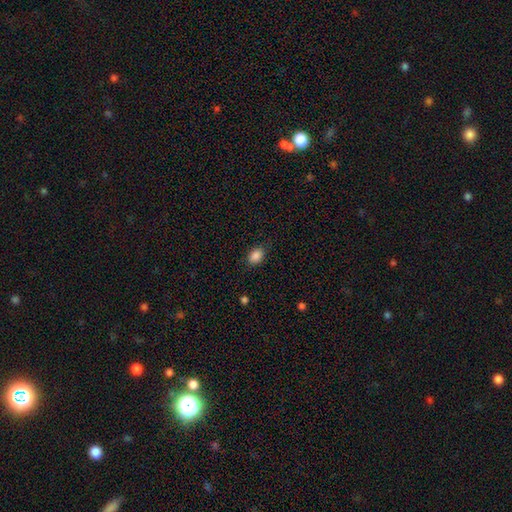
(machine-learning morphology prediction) smooth-or-featured: smooth: 88% | star or artifact: 9% | featured or disk: 3%
  how-rounded: in between: 79% | round: 19% | cigar-shaped: 1%
  merging: none: 82% | minor disturbance: 14% | major disturbance: 3% | merger: 1%